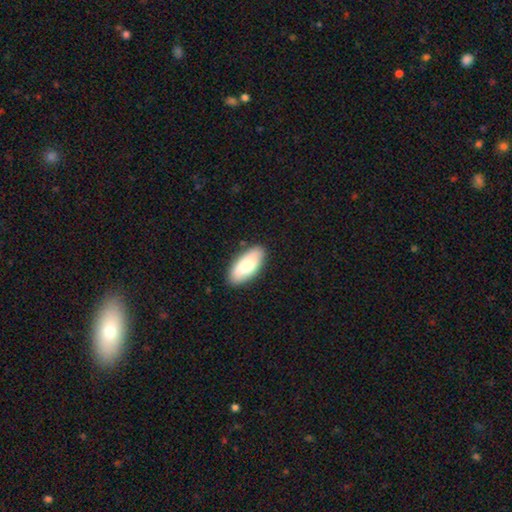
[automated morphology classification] A smooth galaxy with no disk features (78%) that is in between round and cigar-shaped (87%).

Vote fractions:
- Smooth or featured? smooth: 78% / featured or disk: 16% / star or artifact: 6%
- How rounded? in between: 87% / cigar-shaped: 11% / round: 2%
- Merging? none: 88% / minor disturbance: 9% / major disturbance: 2% / merger: 1%